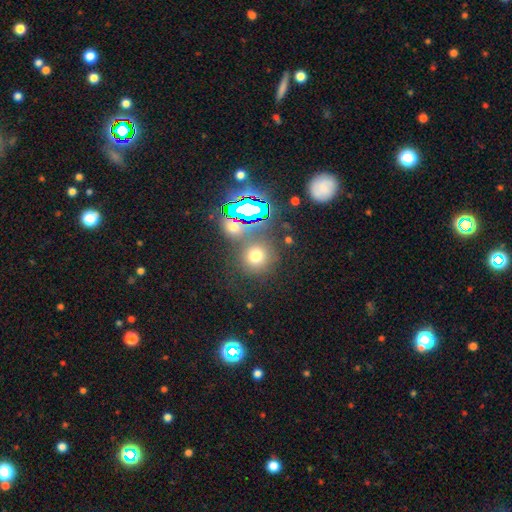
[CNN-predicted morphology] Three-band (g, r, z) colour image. It shows a smooth galaxy with no disk features (64%) that is round (91%). Merging: none (73%).